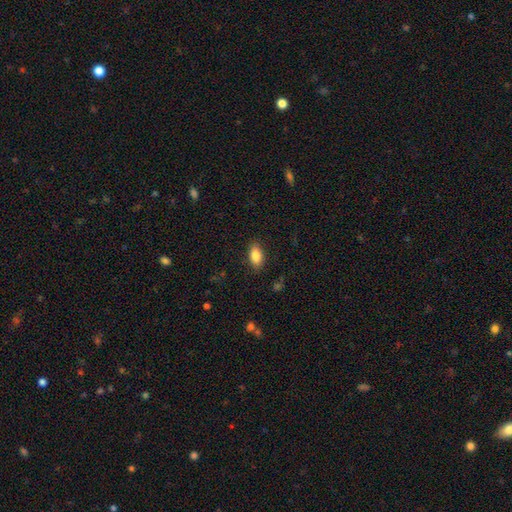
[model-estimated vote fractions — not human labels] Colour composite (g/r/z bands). It shows a smooth galaxy with no disk features (85%) that is in between round and cigar-shaped (90%). Merging: none (85%).